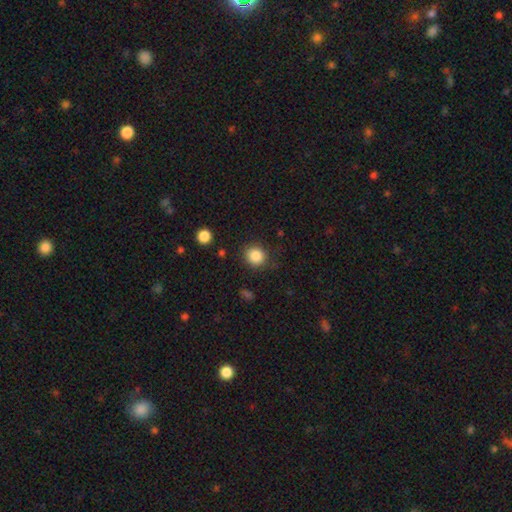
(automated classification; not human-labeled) Overall: smooth (85%). How rounded: round (85%). Merging: none (85%).